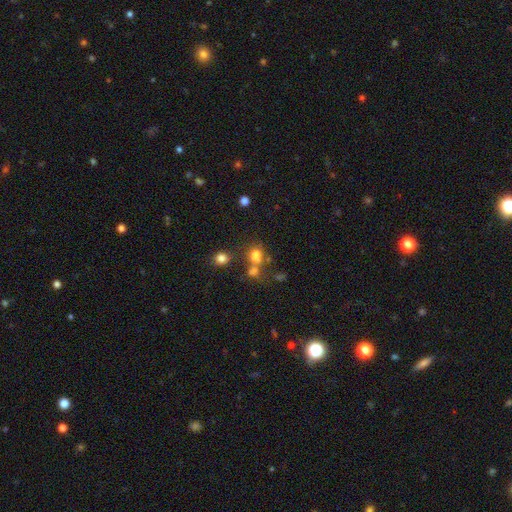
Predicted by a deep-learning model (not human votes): A smooth galaxy with no disk features (69%) that is round (55%). Merging: none (40%).